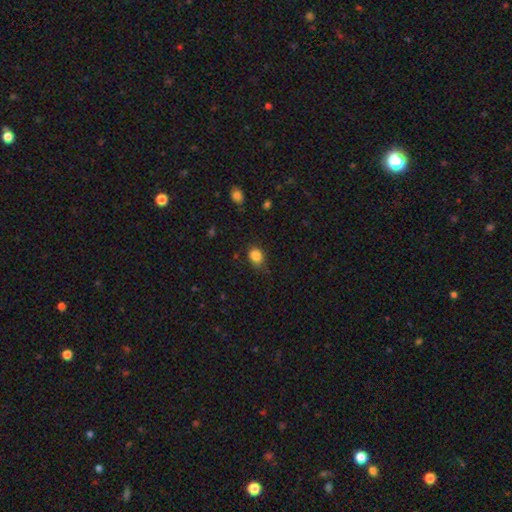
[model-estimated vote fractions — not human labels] smooth-or-featured: smooth: 85% | star or artifact: 10% | featured or disk: 4%
  how-rounded: in between: 51% | round: 48% | cigar-shaped: 1%
  merging: none: 67% | minor disturbance: 26% | major disturbance: 6% | merger: 2%